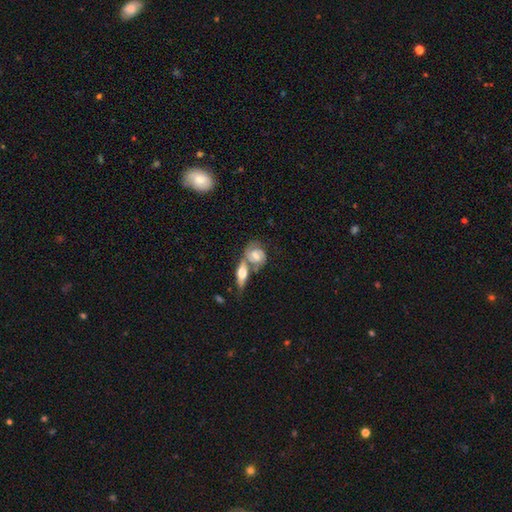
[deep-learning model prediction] This appears to be a featured or disk galaxy (63%) with no bar (54%), spiral arms (86%) and a moderate central bulge (50%). Merging: merger (44%).